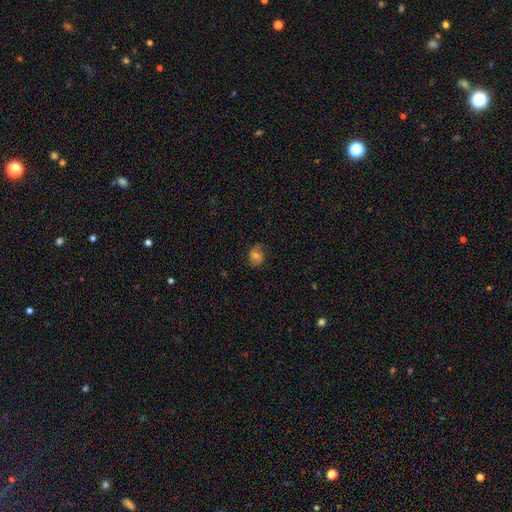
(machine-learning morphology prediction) Smooth or featured: smooth — 65% (featured or disk — 24%)
How rounded: round — 52% (in between — 47%)
Merging: none — 75% (minor disturbance — 18%)